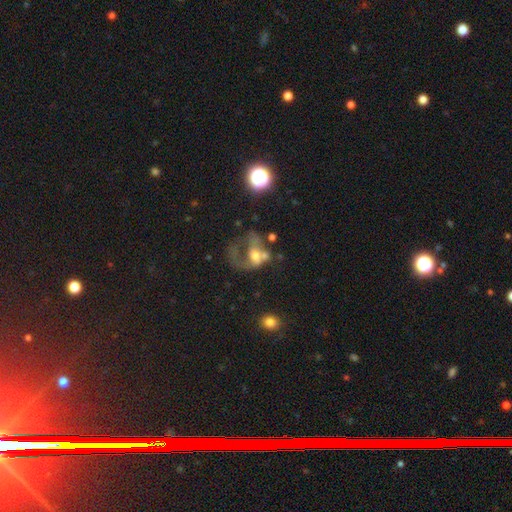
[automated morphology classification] This appears to be a featured or disk galaxy (52%) with no bar (74%), no spiral arms (64%) and a moderate central bulge (53%). Merging: major disturbance (49%).